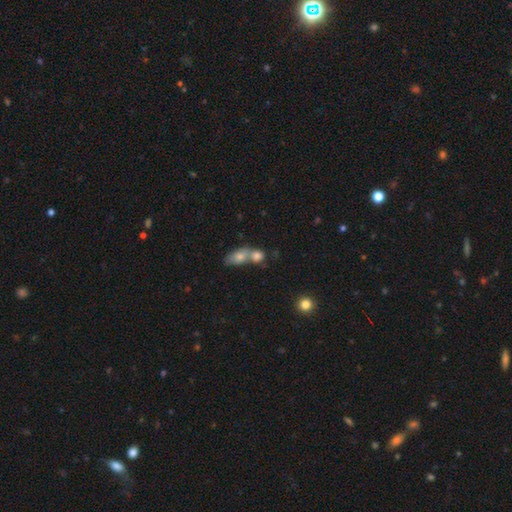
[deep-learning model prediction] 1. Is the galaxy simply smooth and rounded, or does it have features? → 71% smooth, 17% featured or disk, 12% star or artifact.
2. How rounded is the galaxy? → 60% in between, 31% round, 9% cigar-shaped.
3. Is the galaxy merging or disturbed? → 58% merger, 31% none, 7% minor disturbance, 4% major disturbance.